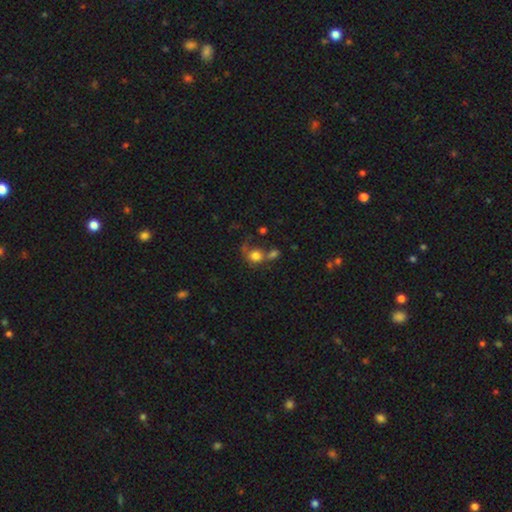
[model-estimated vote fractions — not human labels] Q: Smooth or featured?
A: smooth (71%); runner-up: featured or disk (17%)
Q: How rounded?
A: round (77%); runner-up: in between (22%)
Q: Merging?
A: merger (36%); runner-up: none (31%)